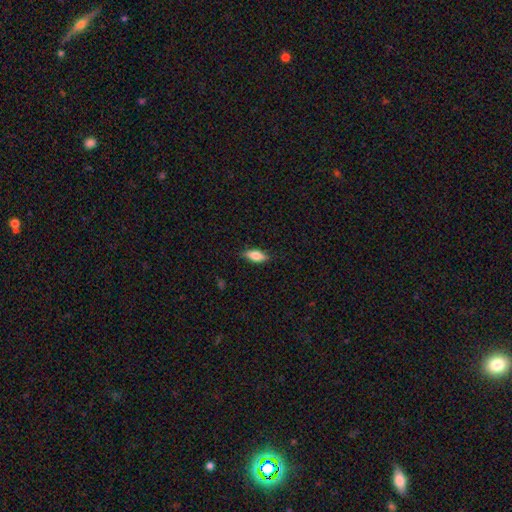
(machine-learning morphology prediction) This appears to be a smooth galaxy with no disk features (73%) that is in between round and cigar-shaped (77%). Merging: none (79%).